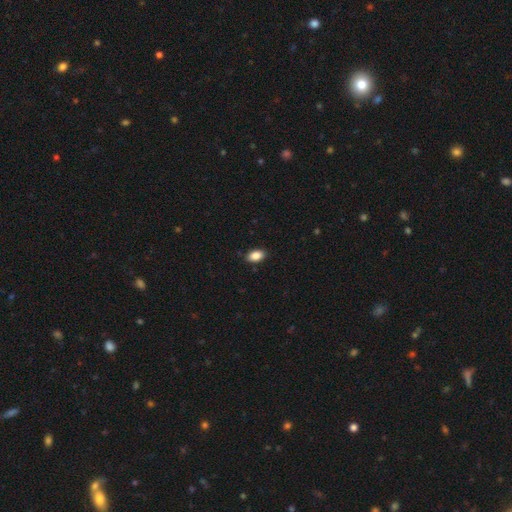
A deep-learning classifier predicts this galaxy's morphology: A smooth galaxy with no disk features (87%) that is in between round and cigar-shaped (90%). Merging: none (88%).